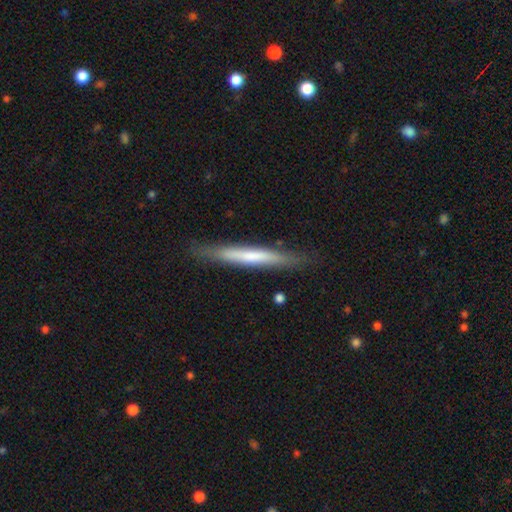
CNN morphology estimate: smooth_or_featured: smooth (p=0.55) [alt: featured or disk p=0.39]
how_rounded: cigar-shaped (p=0.94) [alt: in between p=0.05]
merging: none (p=0.84) [alt: minor disturbance p=0.11]